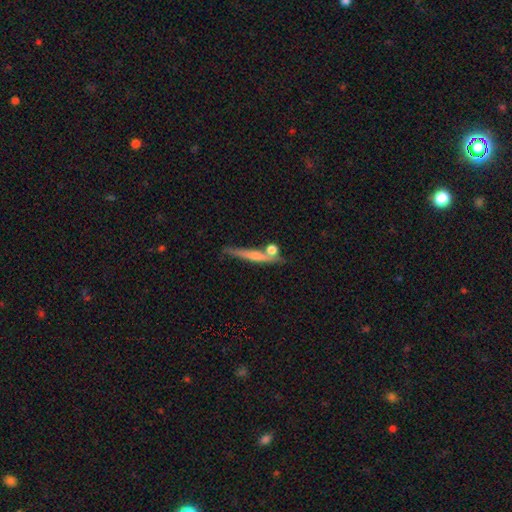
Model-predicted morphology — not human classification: This appears to be a featured or disk galaxy (54%) viewed edge-on (93%). Merging: none (68%).